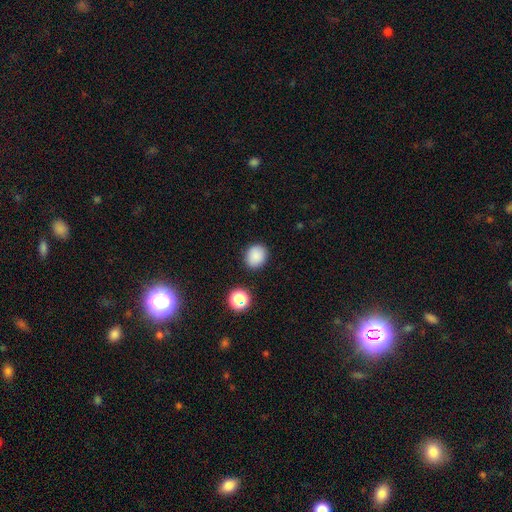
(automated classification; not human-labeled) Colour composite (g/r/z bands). It shows a smooth galaxy with no disk features (85%) that is round (70%). Merging: none (87%).